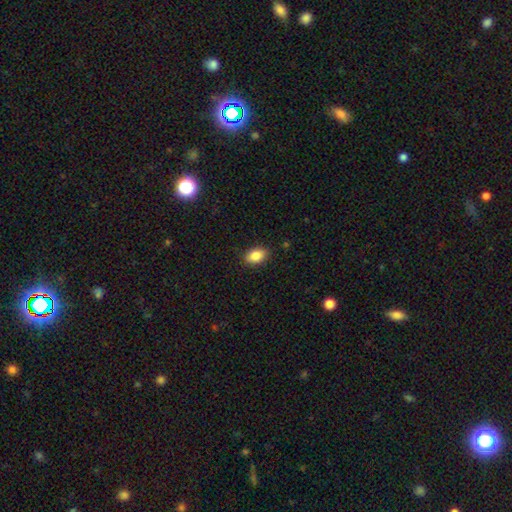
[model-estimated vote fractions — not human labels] Smooth or featured? Predicted: smooth (p=0.86). How rounded? Predicted: in between (p=0.85). Merging? Predicted: none (p=0.87).